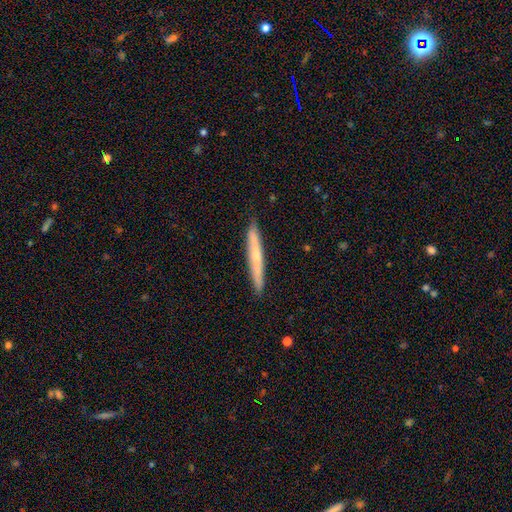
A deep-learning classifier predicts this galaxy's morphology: The model was most divided on "smooth or featured": smooth: 48%, featured or disk: 46%, star or artifact: 6%. More confident: merging — none (89%).